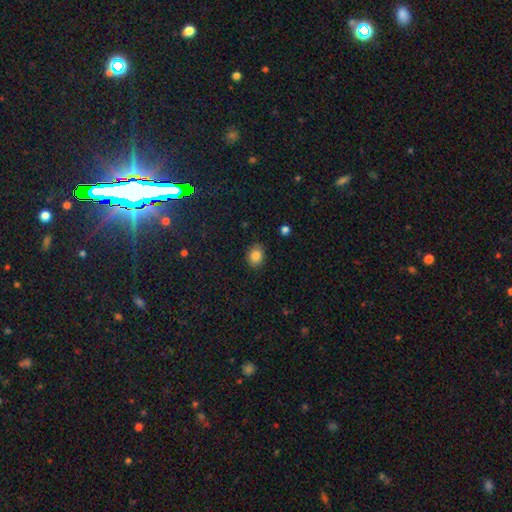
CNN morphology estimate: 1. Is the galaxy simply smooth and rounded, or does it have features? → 84% smooth, 10% star or artifact, 6% featured or disk.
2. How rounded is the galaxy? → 56% in between, 43% round, 1% cigar-shaped.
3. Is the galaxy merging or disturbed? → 86% none, 10% minor disturbance, 2% major disturbance, 1% merger.